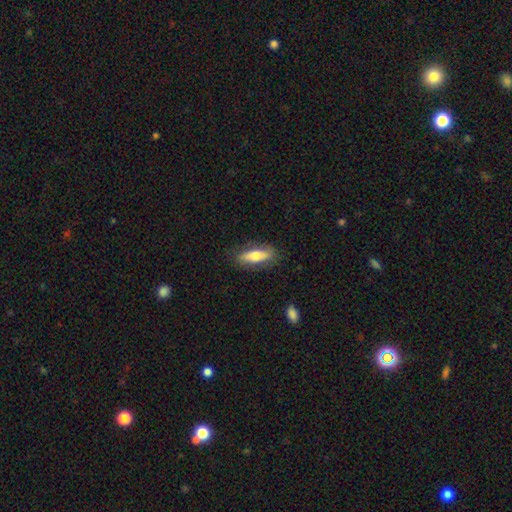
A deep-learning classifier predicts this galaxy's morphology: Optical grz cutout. It shows a smooth galaxy with no disk features (63%) that is in between round and cigar-shaped (51%). Merging: none (83%).